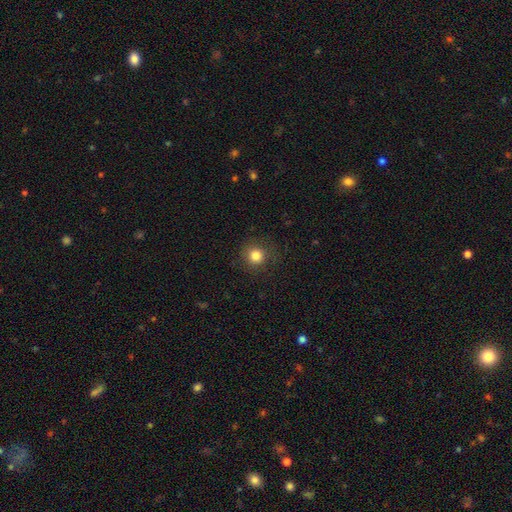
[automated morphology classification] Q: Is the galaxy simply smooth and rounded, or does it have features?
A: smooth — 82%.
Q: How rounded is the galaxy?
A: round — 92%.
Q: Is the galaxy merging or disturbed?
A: none — 87%.